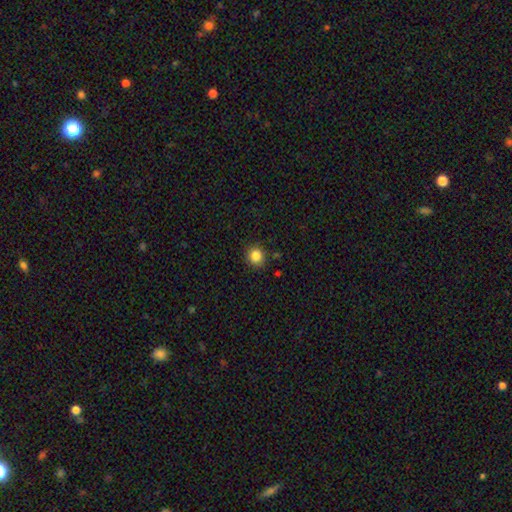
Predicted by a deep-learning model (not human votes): Q: Smooth or featured?
A: smooth (85%); runner-up: star or artifact (11%)
Q: How rounded?
A: round (87%); runner-up: in between (12%)
Q: Merging?
A: none (87%); runner-up: minor disturbance (8%)